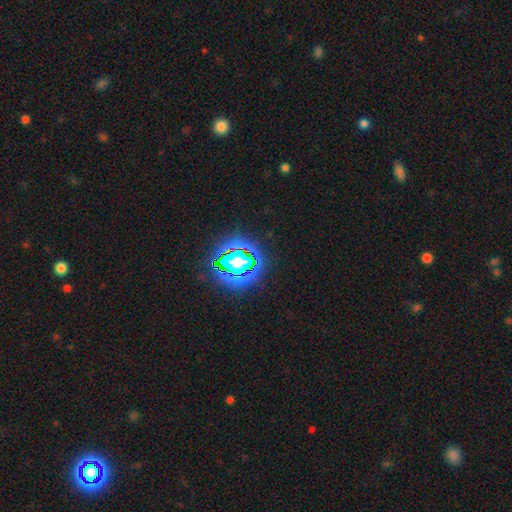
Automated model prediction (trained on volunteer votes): Q: Smooth or featured?
A: star or artifact (84%); runner-up: smooth (10%)